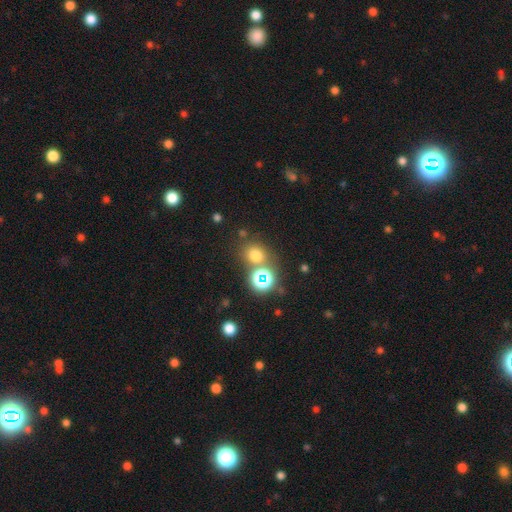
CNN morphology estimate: smooth 66%, star or artifact 26%, featured or disk 8%. Down the decision tree: how rounded — round (76%); merging — none (70%).